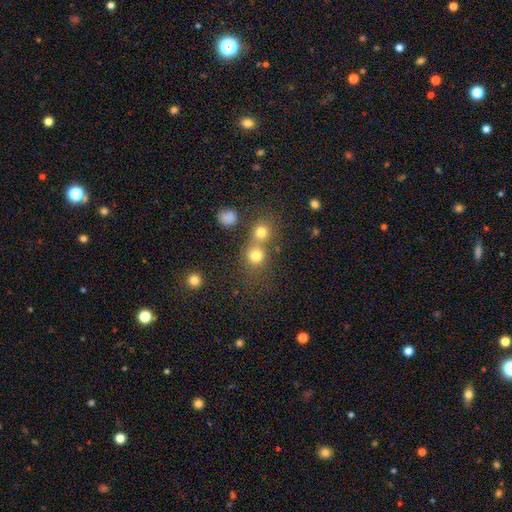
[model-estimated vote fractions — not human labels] Smooth or featured? smooth (77%)
How rounded? round (85%)
Merging? none (47%)